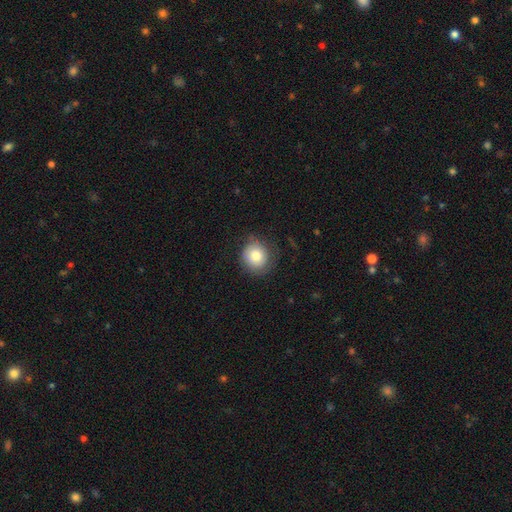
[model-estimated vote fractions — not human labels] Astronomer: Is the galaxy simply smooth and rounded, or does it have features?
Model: smooth — 78%.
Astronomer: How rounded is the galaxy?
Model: round — 84%.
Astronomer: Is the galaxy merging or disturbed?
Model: none — 73%.